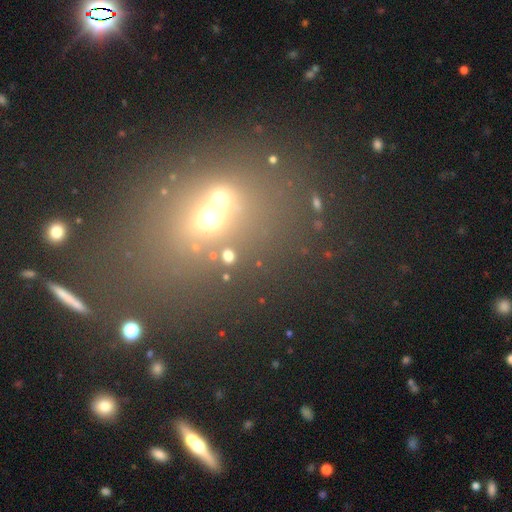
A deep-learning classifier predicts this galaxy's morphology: Q: Smooth or featured?
A: smooth (42%); runner-up: star or artifact (38%)
Q: Merging?
A: none (50%); runner-up: merger (33%)